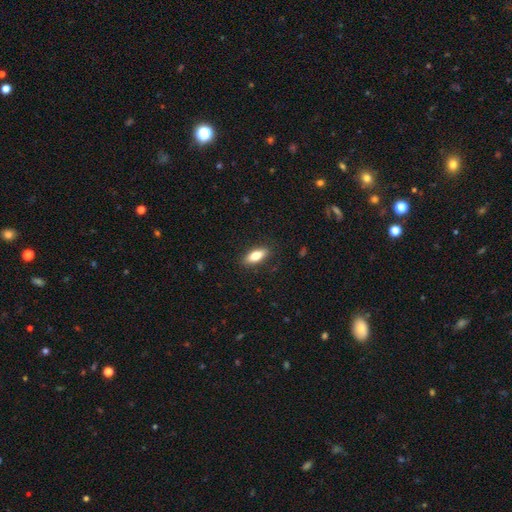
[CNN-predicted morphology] This appears to be a smooth galaxy with no disk features (77%) that is in between round and cigar-shaped (76%). Merging: none (88%).